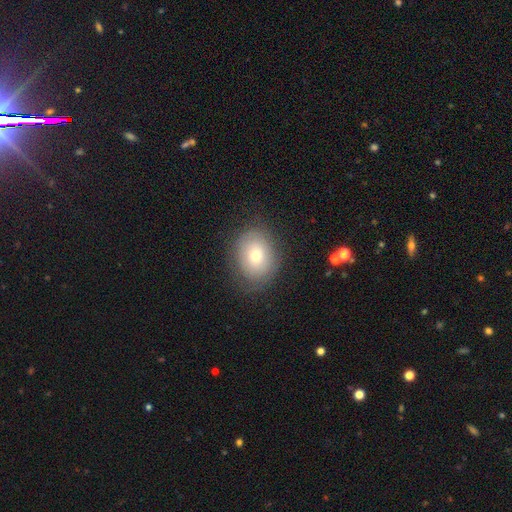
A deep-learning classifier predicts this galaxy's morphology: smooth 67%, featured or disk 23%, star or artifact 10%. Down the decision tree: how rounded — in between (52%); merging — none (79%).